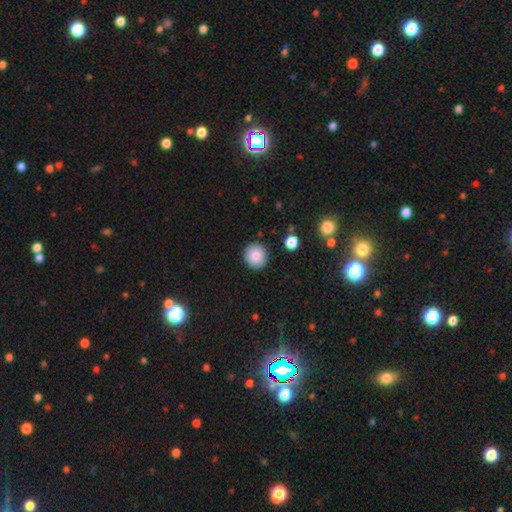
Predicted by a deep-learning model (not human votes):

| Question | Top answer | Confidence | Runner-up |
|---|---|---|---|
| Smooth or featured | smooth | 85% | star or artifact (8%) |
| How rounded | round | 94% | in between (5%) |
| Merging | none | 91% | minor disturbance (6%) |